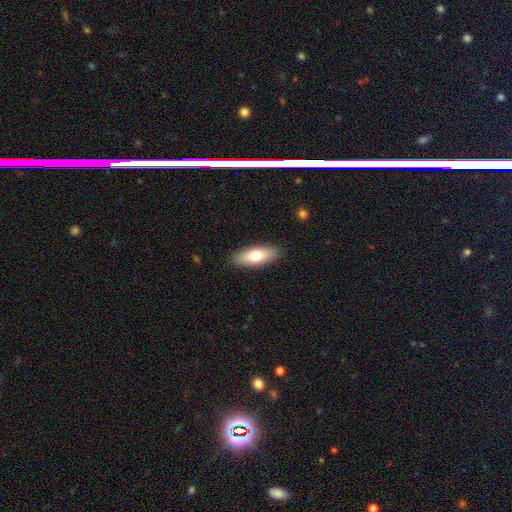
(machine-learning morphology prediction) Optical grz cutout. It shows a smooth galaxy with no disk features (72%) that is in between round and cigar-shaped (72%). Merging: none (88%).